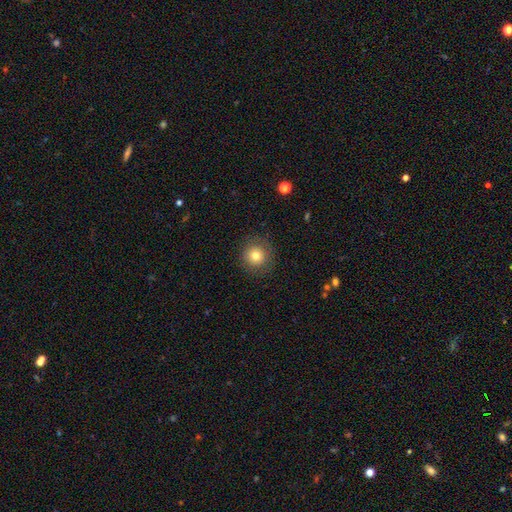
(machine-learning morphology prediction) A smooth galaxy with no disk features (79%) that is round (93%). Merging: none (88%).